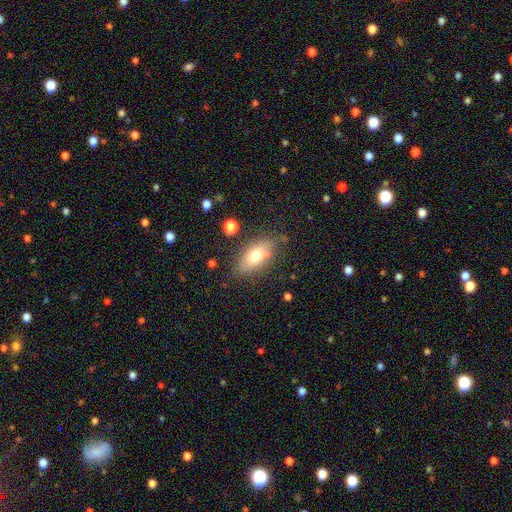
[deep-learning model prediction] Overall: smooth (68%). How rounded: in between (83%). Merging: none (79%).